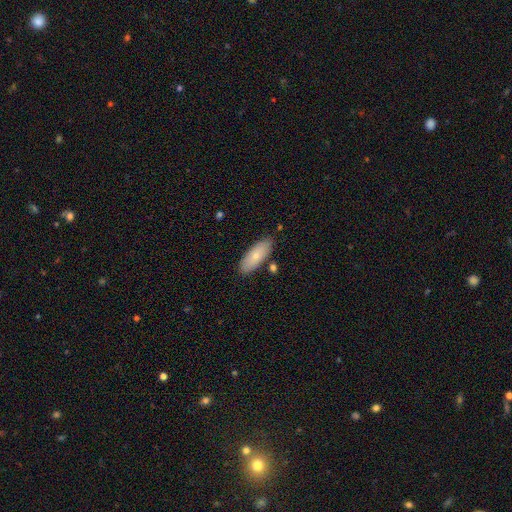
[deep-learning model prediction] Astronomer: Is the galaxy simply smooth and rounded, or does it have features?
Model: smooth — 76%.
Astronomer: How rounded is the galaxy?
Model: in between — 73%.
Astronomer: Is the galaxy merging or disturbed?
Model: none — 83%.